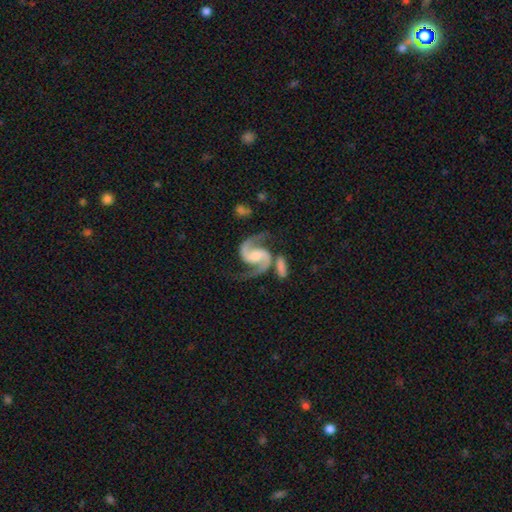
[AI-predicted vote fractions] Smooth or featured? featured or disk (93%)
Edge-on disk? no (98%)
Bar? weak (41%)
Spiral arms? yes (99%)
Spiral winding? medium (62%)
Spiral arm count? 2 (94%)
Bulge size? moderate (43%)
Merging? none (67%)